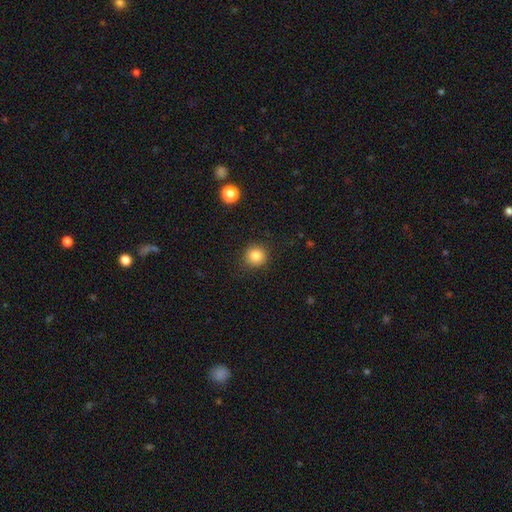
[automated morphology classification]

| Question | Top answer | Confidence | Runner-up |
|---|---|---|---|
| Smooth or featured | smooth | 84% | star or artifact (11%) |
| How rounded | round | 92% | in between (7%) |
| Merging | none | 89% | minor disturbance (8%) |